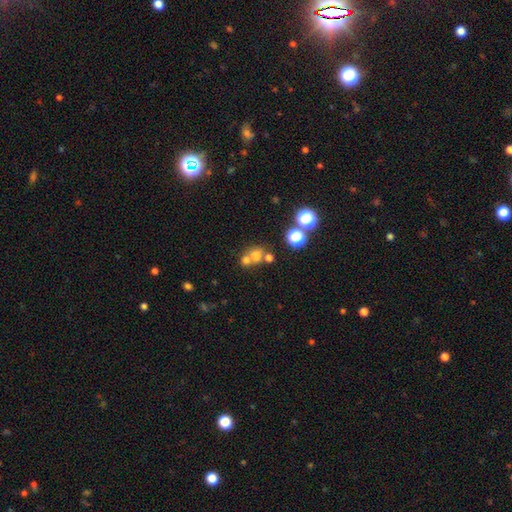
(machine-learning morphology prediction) Smooth or featured: smooth — 64% (star or artifact — 23%)
How rounded: round — 76% (in between — 23%)
Merging: none — 45% (merger — 43%)